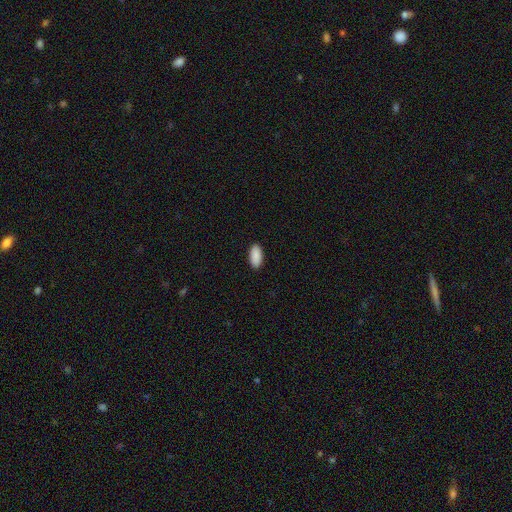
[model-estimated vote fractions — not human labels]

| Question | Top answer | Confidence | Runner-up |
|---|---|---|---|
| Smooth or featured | smooth | 91% | star or artifact (6%) |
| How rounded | in between | 93% | cigar-shaped (5%) |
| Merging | none | 91% | minor disturbance (6%) |